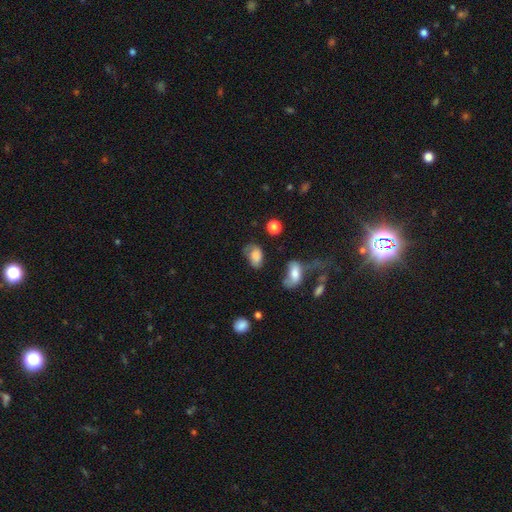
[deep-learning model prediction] This appears to be a smooth galaxy with no disk features (69%) that is in between round and cigar-shaped (85%). Merging: none (40%).